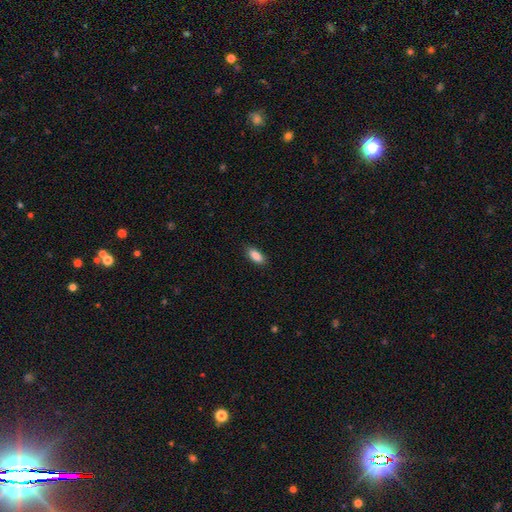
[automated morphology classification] Smooth or featured? smooth (88%)
How rounded? in between (84%)
Merging? none (86%)